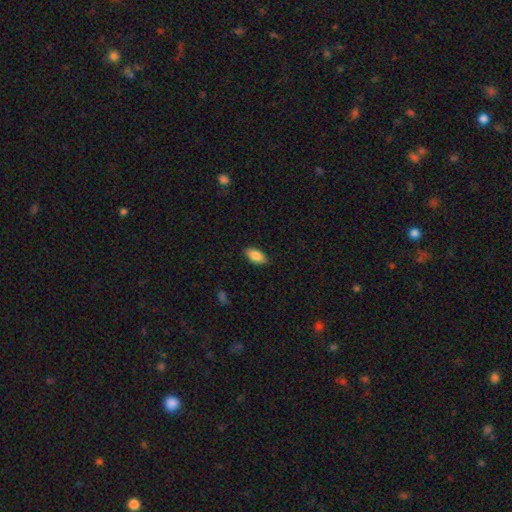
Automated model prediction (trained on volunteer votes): Morphology: type=smooth (87%); roundness=in between (92%); merging=none (87%).